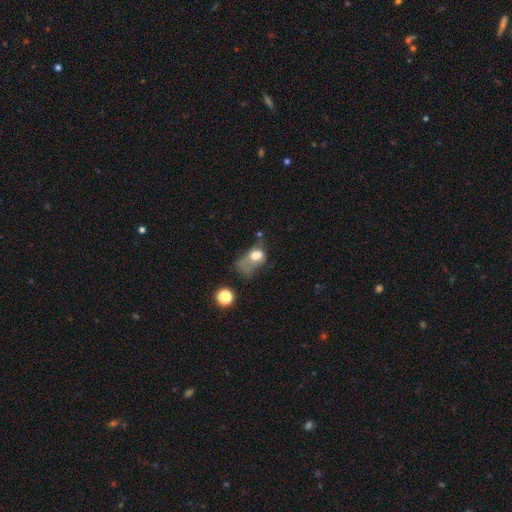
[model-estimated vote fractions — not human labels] This appears to be a smooth galaxy with no disk features (63%) that is in between round and cigar-shaped (66%). Merging: major disturbance (54%).